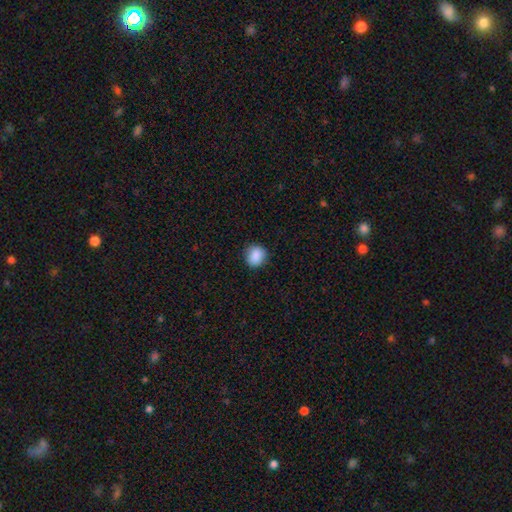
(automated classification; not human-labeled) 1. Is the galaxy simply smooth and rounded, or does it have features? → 88% smooth, 8% star or artifact, 3% featured or disk.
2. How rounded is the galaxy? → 85% round, 14% in between, 1% cigar-shaped.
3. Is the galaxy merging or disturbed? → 86% none, 10% minor disturbance, 2% major disturbance, 1% merger.